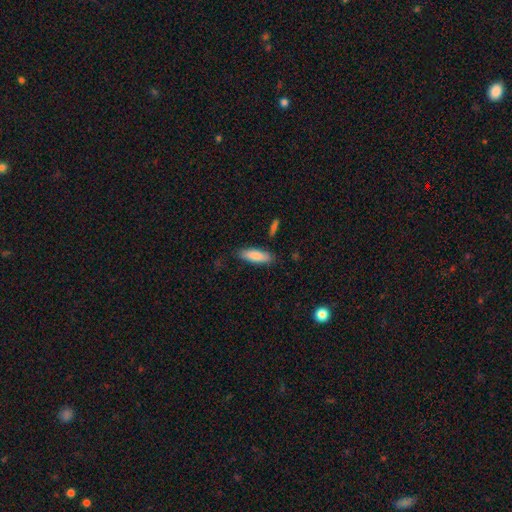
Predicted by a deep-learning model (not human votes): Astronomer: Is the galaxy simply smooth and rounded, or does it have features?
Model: smooth — 83%.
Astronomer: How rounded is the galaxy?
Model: in between — 55% (runner-up: cigar-shaped, 43%).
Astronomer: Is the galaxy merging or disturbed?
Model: none — 82%.